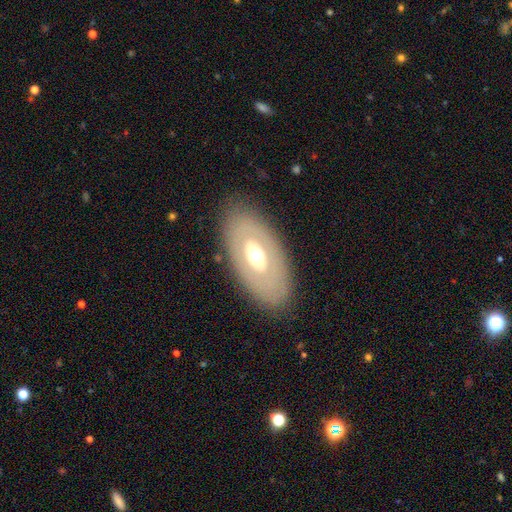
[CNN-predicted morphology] type=featured or disk (50%); merging=none (83%).